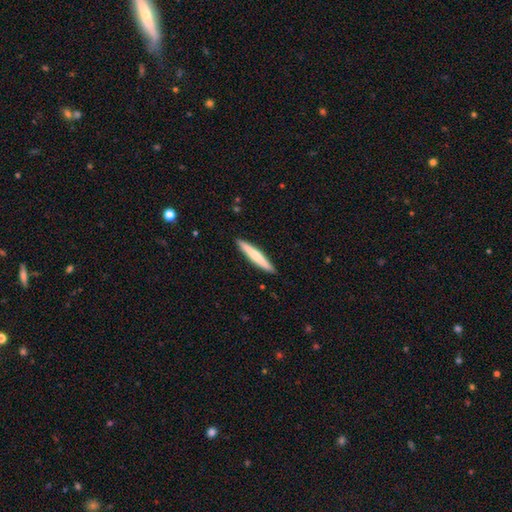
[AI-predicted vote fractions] Morphology: type=smooth (66%); roundness=cigar-shaped (95%); merging=none (91%).